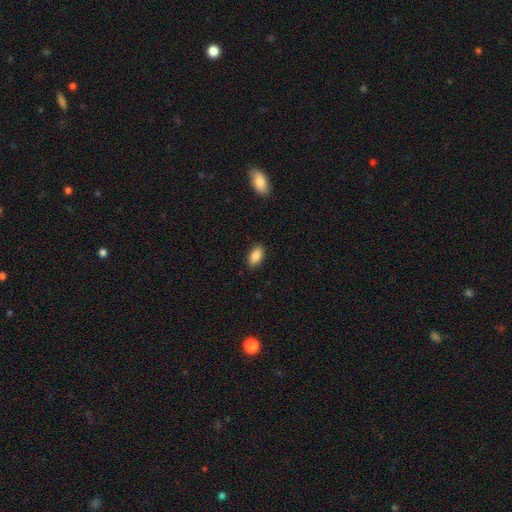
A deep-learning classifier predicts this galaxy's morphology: Smooth or featured? smooth (86%)
How rounded? in between (90%)
Merging? none (89%)